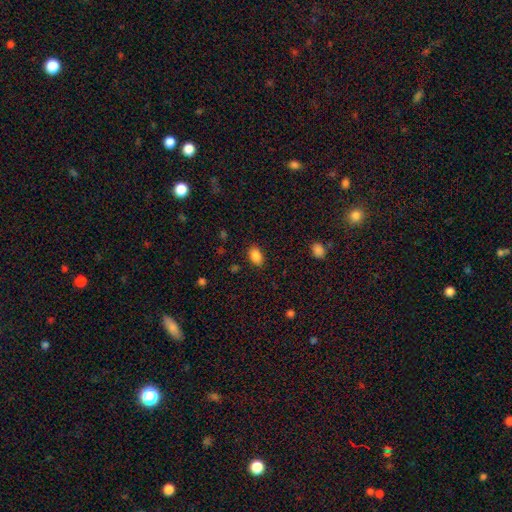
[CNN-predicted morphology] Overall: smooth (87%). How rounded: in between (88%). Merging: none (85%).